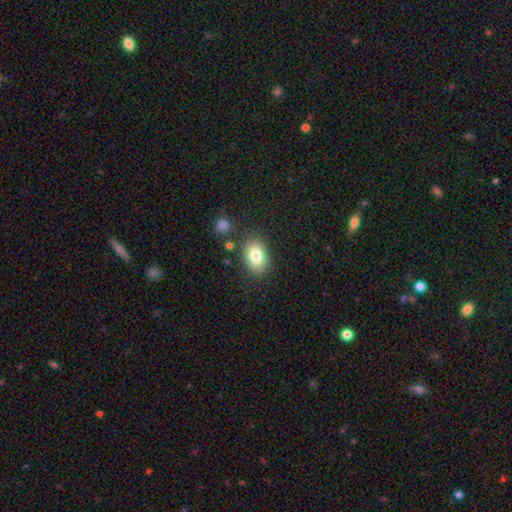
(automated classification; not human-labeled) A smooth galaxy with no disk features (81%) that is in between round and cigar-shaped (80%). Merging: none (82%).